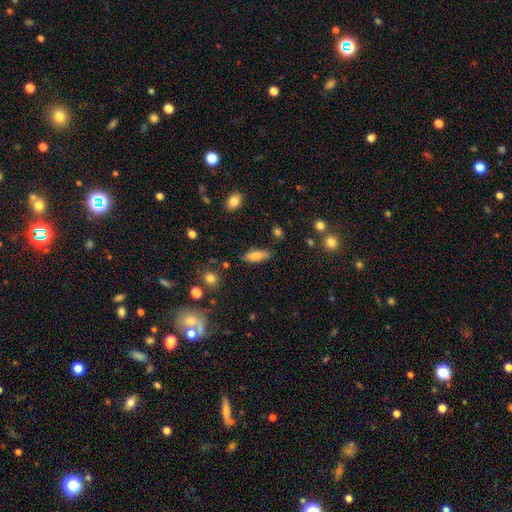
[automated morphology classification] smooth 80%, featured or disk 13%, star or artifact 8%. Down the decision tree: how rounded — in between (58%); merging — none (79%).